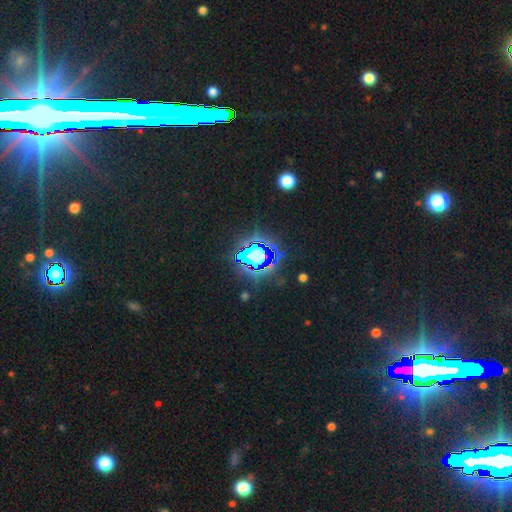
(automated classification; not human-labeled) A star or artifact, not a galaxy (69%).